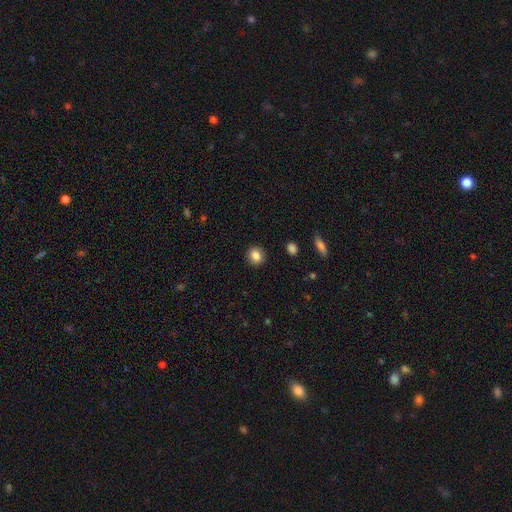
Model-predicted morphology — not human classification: The model was most divided on "how rounded": round: 81%, in between: 18%, cigar-shaped: 1%. More confident: merging — none (91%); smooth or featured — smooth (85%).